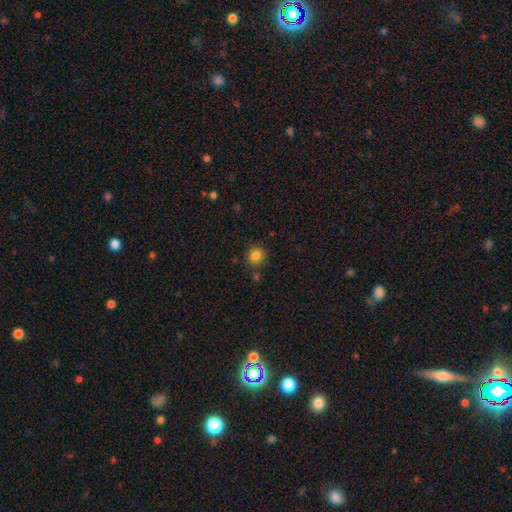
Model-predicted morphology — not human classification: type=smooth (84%); roundness=round (81%); merging=none (82%).